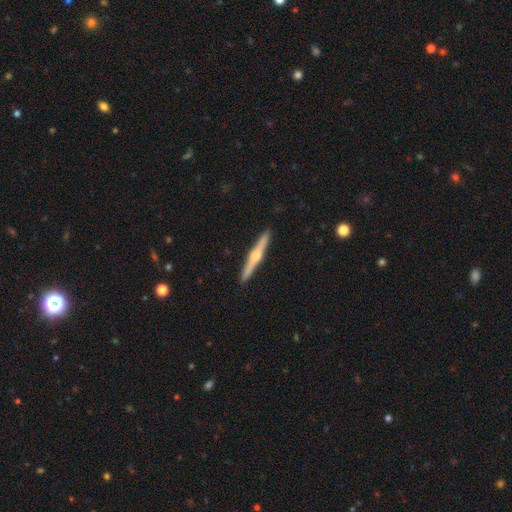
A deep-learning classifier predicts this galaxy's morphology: featured or disk 74%, smooth 21%, star or artifact 5%. Down the decision tree: edge-on disk — yes (98%); edge-on bulge — rounded (93%); merging — none (93%).